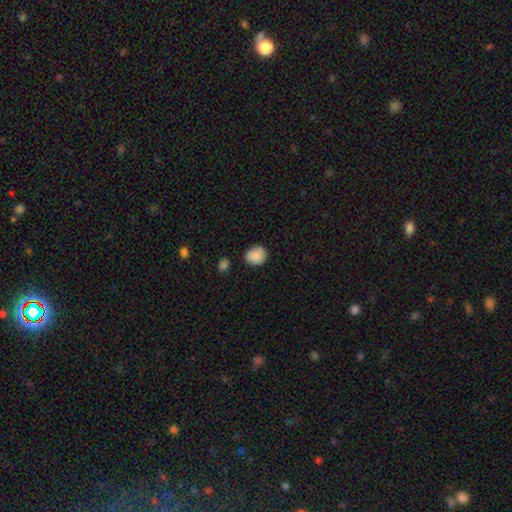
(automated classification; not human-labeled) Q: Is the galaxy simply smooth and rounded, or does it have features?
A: smooth — 88%.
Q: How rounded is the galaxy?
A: round — 69%.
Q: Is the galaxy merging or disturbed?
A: none — 81%.